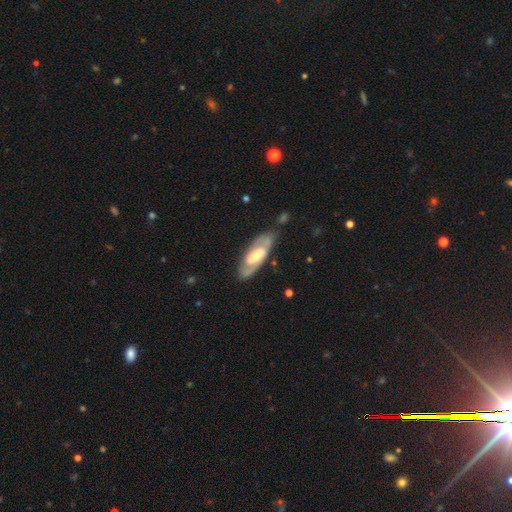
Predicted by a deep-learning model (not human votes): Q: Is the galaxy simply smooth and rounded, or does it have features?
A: featured or disk — 75%.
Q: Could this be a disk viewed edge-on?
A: no — 89%.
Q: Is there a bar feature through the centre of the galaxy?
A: weak — 38%.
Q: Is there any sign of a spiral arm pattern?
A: yes — 81%.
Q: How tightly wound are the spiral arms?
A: medium — 43%.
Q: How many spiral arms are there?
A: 2 — 76%.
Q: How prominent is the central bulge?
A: moderate — 54%.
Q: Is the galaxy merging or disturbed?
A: none — 73%.